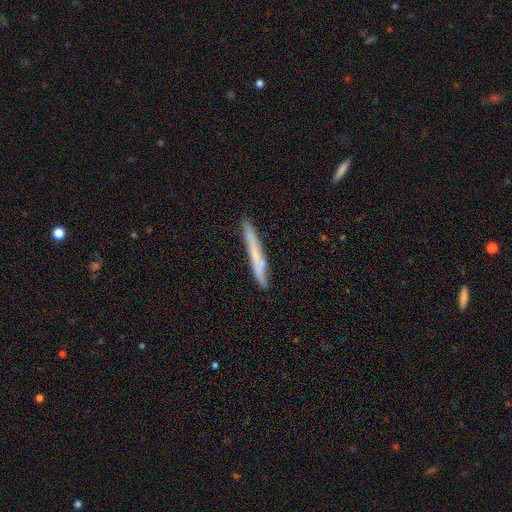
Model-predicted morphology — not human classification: Smooth or featured?
  - smooth: 55% *
  - featured or disk: 39%
  - star or artifact: 7%
How rounded?
  - cigar-shaped: 96% *
  - in between: 2%
  - round: 1%
Merging?
  - none: 85% *
  - minor disturbance: 11%
  - major disturbance: 2%
  - merger: 2%